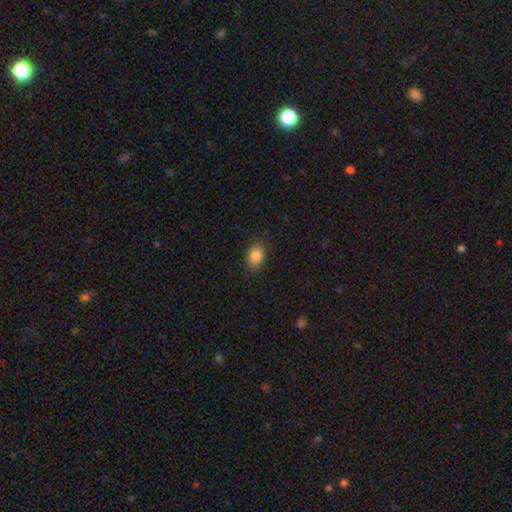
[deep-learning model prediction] A smooth galaxy with no disk features (86%) that is in between round and cigar-shaped (73%). Merging: none (86%).